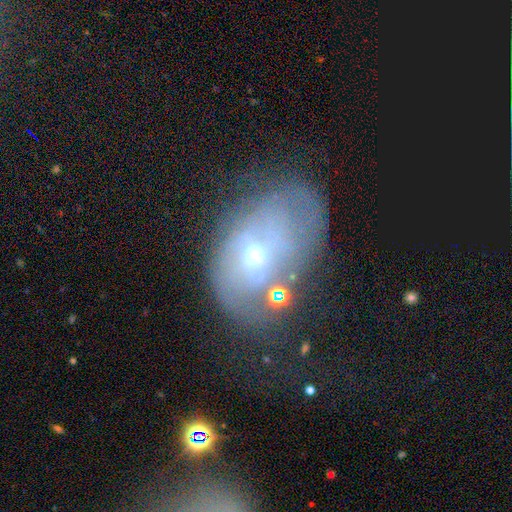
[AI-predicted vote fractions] Smooth or featured?
  - featured or disk: 56% *
  - smooth: 31%
  - star or artifact: 12%
Edge-on disk?
  - no: 94% *
  - yes: 6%
Bar?
  - no: 68% *
  - weak: 27%
  - strong: 6%
Spiral arms?
  - yes: 51% *
  - no: 49%
Bulge size?
  - small: 53% *
  - moderate: 42%
  - large: 2%
  - none: 2%
  - dominant: 1%
Merging?
  - none: 37% *
  - minor disturbance: 26%
  - major disturbance: 25%
  - merger: 12%